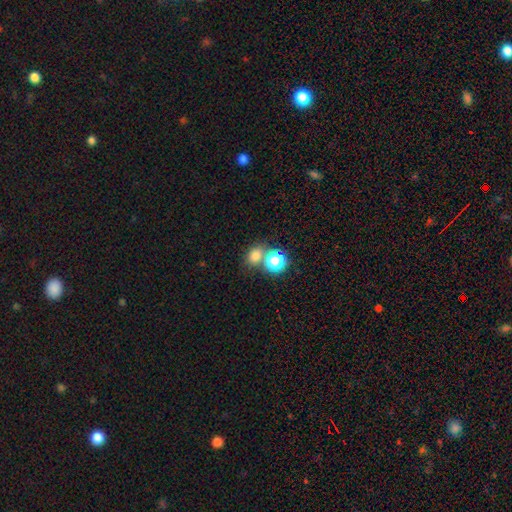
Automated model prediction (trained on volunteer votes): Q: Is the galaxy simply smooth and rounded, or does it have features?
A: smooth — 73%.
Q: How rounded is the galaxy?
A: round — 58%.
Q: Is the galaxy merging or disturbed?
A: none — 57%.